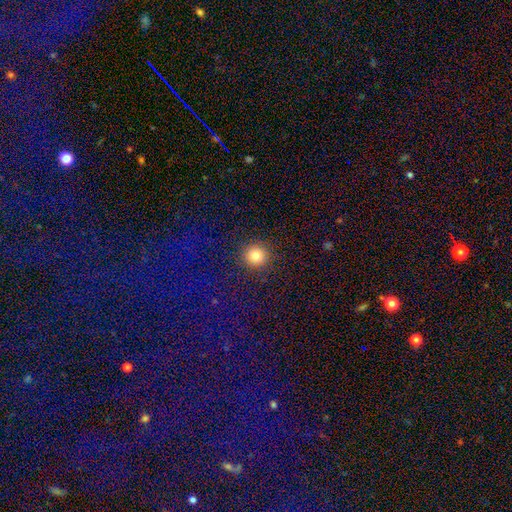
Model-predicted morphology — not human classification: Smooth or featured? Predicted: smooth (p=0.82). How rounded? Predicted: round (p=0.94). Merging? Predicted: none (p=0.92).